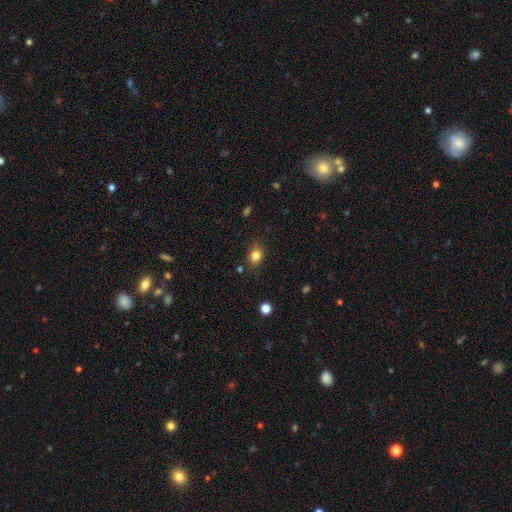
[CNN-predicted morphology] Smooth or featured?
  - smooth: 83% *
  - star or artifact: 11%
  - featured or disk: 6%
How rounded?
  - round: 54% *
  - in between: 45%
  - cigar-shaped: 1%
Merging?
  - none: 77% *
  - minor disturbance: 17%
  - major disturbance: 4%
  - merger: 2%